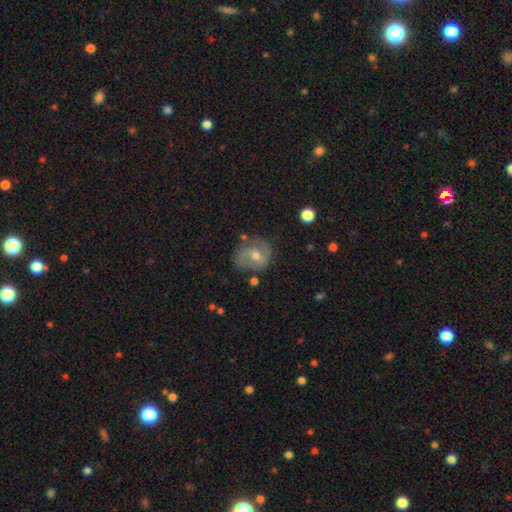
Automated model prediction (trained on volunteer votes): Morphology: type=featured or disk (68%); edge-on=no (97%); bar=weak (46%); spiral arms=yes (86%); winding=medium (48%); arm count=2 (82%); bulge=moderate (67%); merging=none (70%).